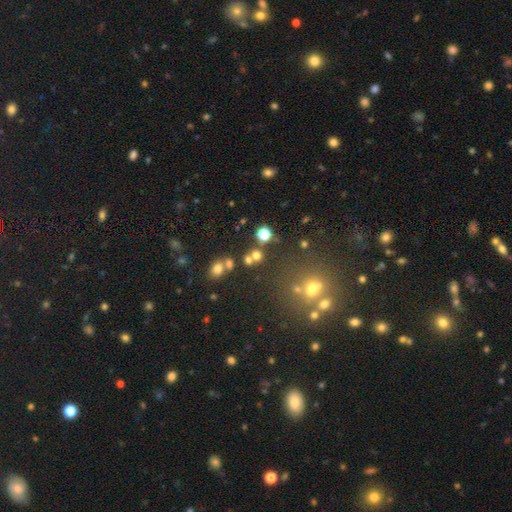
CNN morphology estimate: Smooth or featured? smooth (63%)
How rounded? round (85%)
Merging? none (63%)